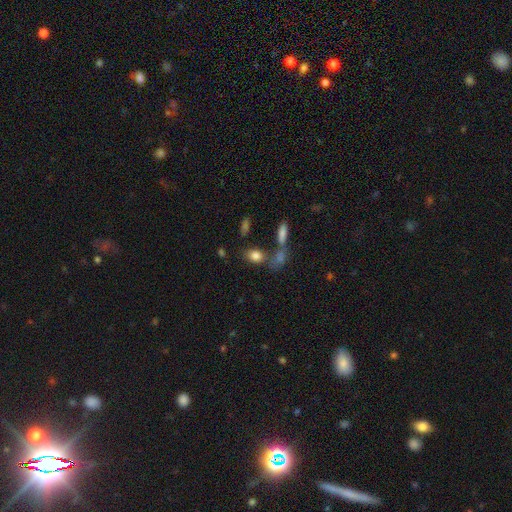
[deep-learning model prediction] Overall: smooth (81%). How rounded: in between (74%). Merging: none (60%; merger 21%).